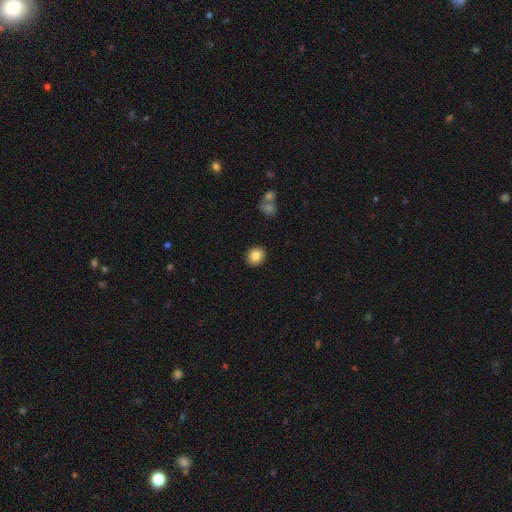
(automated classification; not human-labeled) A smooth galaxy with no disk features (86%) that is round (77%). Merging: none (90%).